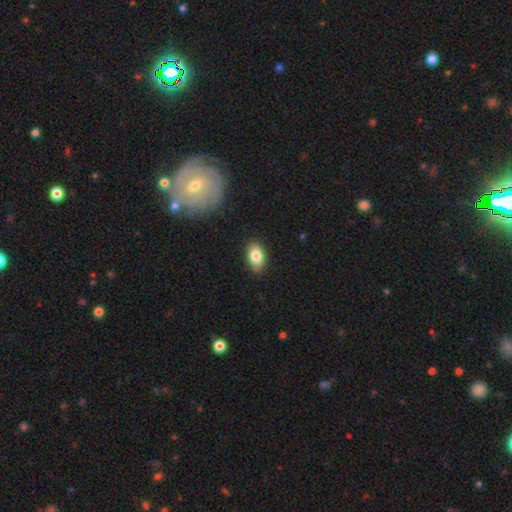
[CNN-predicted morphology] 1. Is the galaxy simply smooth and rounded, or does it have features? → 83% smooth, 9% featured or disk, 8% star or artifact.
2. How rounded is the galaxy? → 90% in between, 8% round, 2% cigar-shaped.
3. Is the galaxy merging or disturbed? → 84% none, 13% minor disturbance, 2% major disturbance, 1% merger.